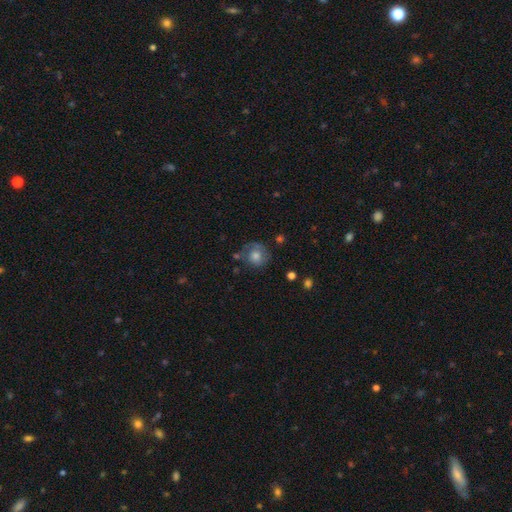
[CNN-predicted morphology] The model was most divided on "smooth or featured": smooth: 57%, featured or disk: 33%, star or artifact: 10%. More confident: how rounded — round (84%); merging — none (62%).